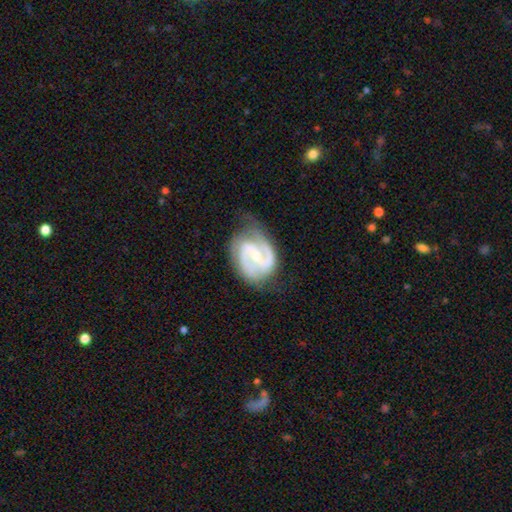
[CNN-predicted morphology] Q: Smooth or featured?
A: featured or disk (88%); runner-up: smooth (7%)
Q: Edge-on disk?
A: no (98%); runner-up: yes (2%)
Q: Bar?
A: weak (46%); runner-up: strong (29%)
Q: Spiral arms?
A: yes (96%); runner-up: no (4%)
Q: Spiral winding?
A: medium (50%); runner-up: tight (35%)
Q: Spiral arm count?
A: 2 (84%); runner-up: can't tell (6%)
Q: Bulge size?
A: small (56%); runner-up: moderate (41%)
Q: Merging?
A: none (62%); runner-up: minor disturbance (25%)